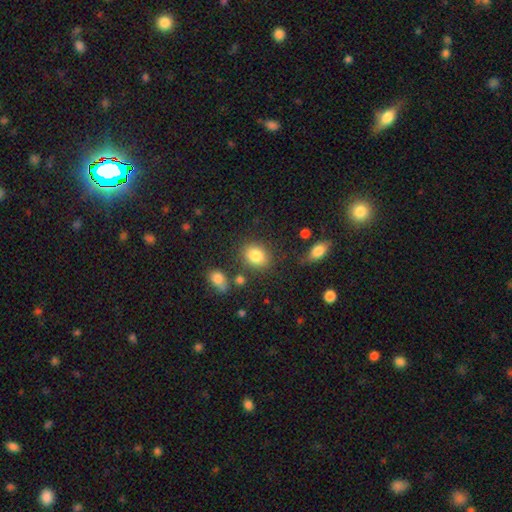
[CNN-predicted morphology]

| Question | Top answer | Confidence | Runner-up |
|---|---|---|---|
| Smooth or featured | smooth | 84% | star or artifact (9%) |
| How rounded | in between | 57% | round (42%) |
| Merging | none | 79% | minor disturbance (12%) |